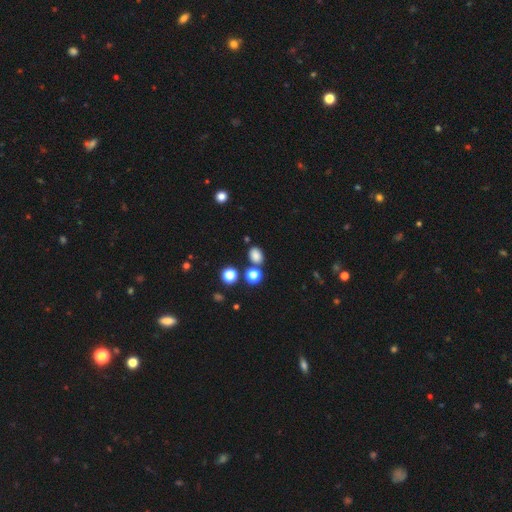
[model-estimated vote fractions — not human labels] A smooth galaxy with no disk features (80%) that is in between round and cigar-shaped (65%).

Vote fractions:
- Smooth or featured? smooth: 80% / star or artifact: 15% / featured or disk: 5%
- How rounded? in between: 65% / round: 34% / cigar-shaped: 1%
- Merging? none: 75% / minor disturbance: 12% / merger: 10% / major disturbance: 4%